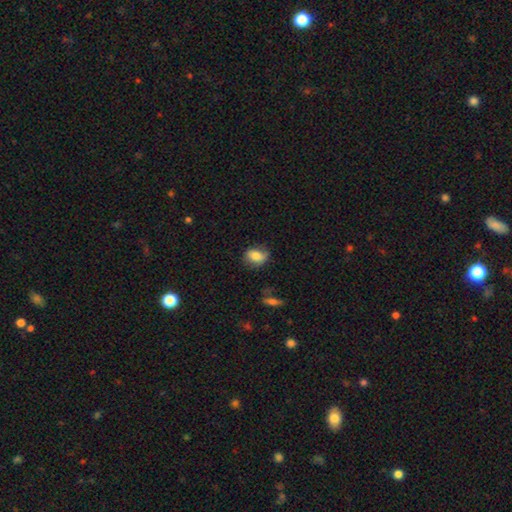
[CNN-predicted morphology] Smooth or featured? Predicted: smooth (p=0.76). How rounded? Predicted: in between (p=0.69). Merging? Predicted: none (p=0.68).